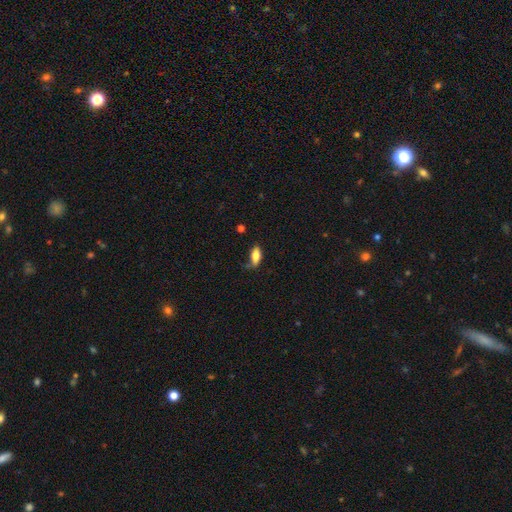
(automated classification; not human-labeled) This appears to be a smooth galaxy with no disk features (80%) that is in between round and cigar-shaped (83%). Merging: none (58%).